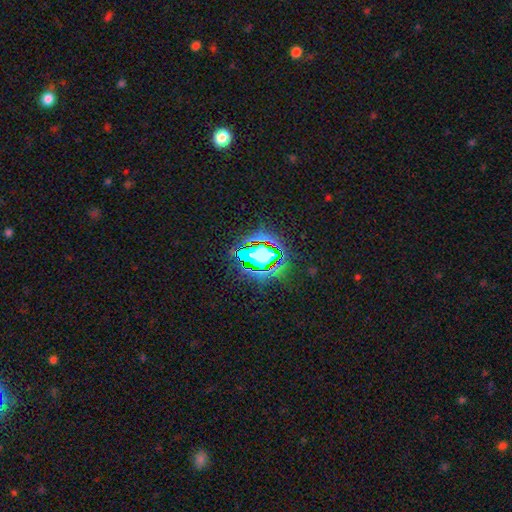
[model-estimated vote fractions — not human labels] This appears to be a star or artifact, not a galaxy (62%).